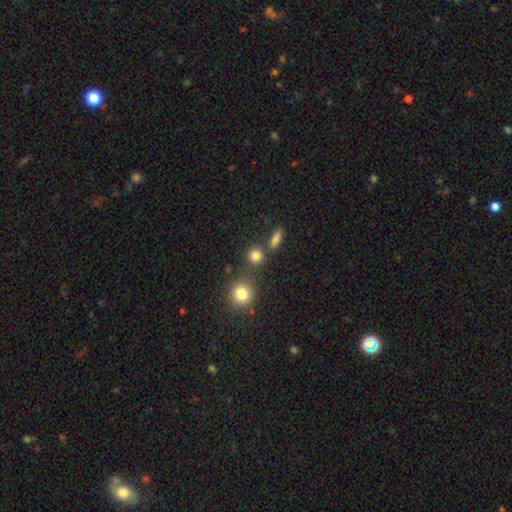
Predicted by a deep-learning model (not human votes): Smooth or featured: smooth — 82% (star or artifact — 13%)
How rounded: round — 86% (in between — 12%)
Merging: none — 74% (merger — 13%)